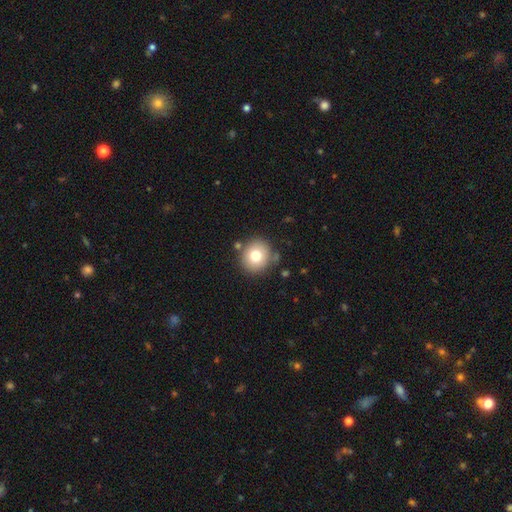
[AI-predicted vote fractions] A smooth galaxy with no disk features (76%) that is round (87%).

Vote fractions:
- Smooth or featured? smooth: 76% / featured or disk: 14% / star or artifact: 10%
- How rounded? round: 87% / in between: 12% / cigar-shaped: 1%
- Merging? none: 83% / minor disturbance: 9% / merger: 5% / major disturbance: 3%